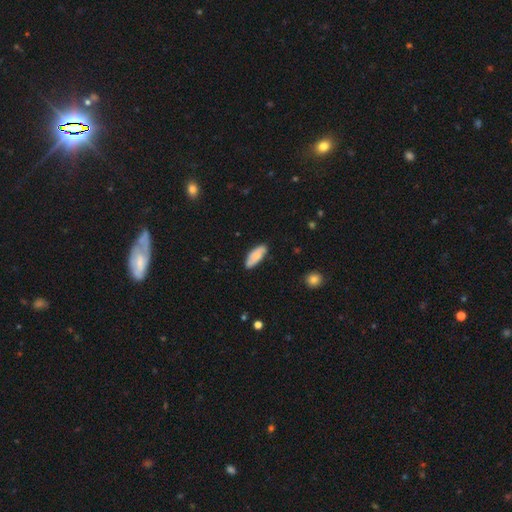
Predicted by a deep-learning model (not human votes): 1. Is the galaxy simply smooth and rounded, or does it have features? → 74% smooth, 20% featured or disk, 6% star or artifact.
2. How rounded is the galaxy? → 78% in between, 20% cigar-shaped, 2% round.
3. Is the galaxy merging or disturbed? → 81% none, 15% minor disturbance, 2% major disturbance, 2% merger.